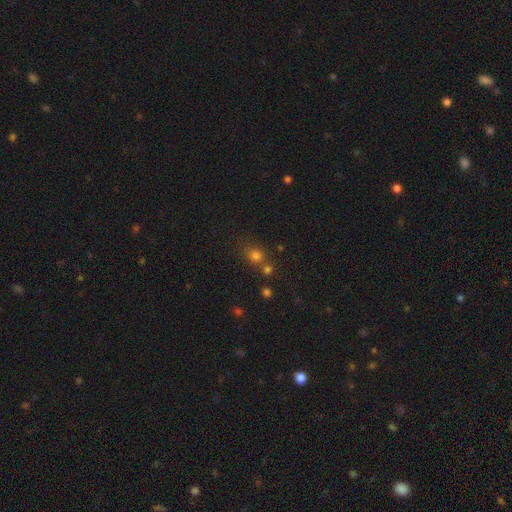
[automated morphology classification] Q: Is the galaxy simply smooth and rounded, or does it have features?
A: smooth — 70%.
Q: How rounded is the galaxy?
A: round — 76%.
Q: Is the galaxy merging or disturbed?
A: none — 60%.